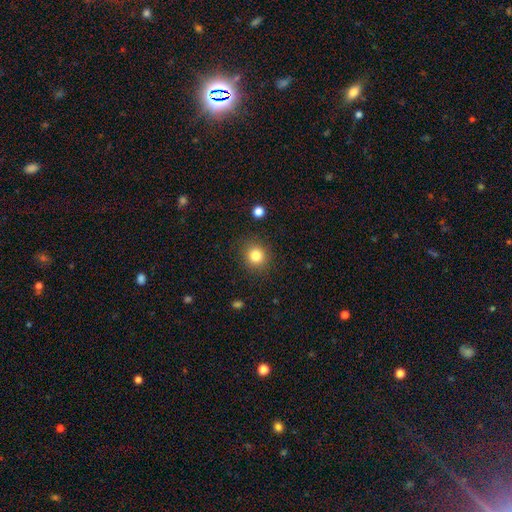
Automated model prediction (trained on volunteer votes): This appears to be a smooth galaxy with no disk features (82%) that is round (88%). Merging: none (88%).